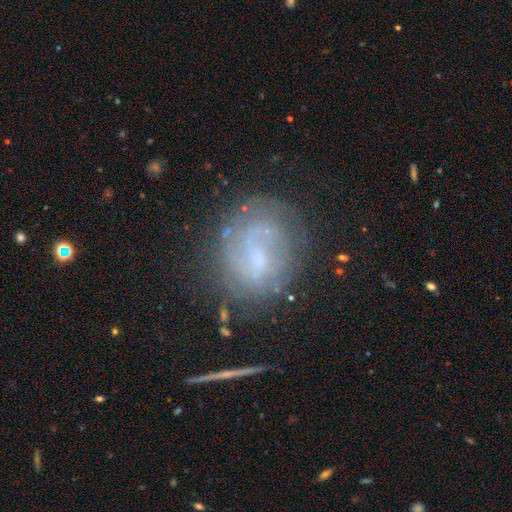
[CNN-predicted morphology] Smooth or featured: featured or disk — 62% (smooth — 26%)
Edge-on disk: no — 96% (yes — 4%)
Bar: weak — 46% (no — 41%)
Spiral arms: yes — 77% (no — 23%)
Bulge size: small — 43% (none — 32%)
Merging: none — 65% (minor disturbance — 20%)